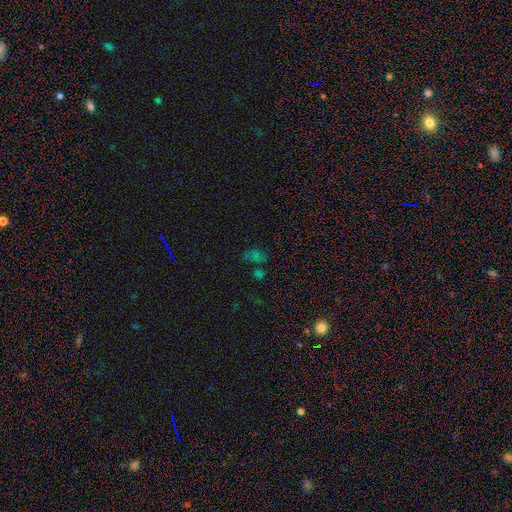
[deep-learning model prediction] smooth_or_featured: star or artifact (p=0.49) [alt: smooth p=0.35]